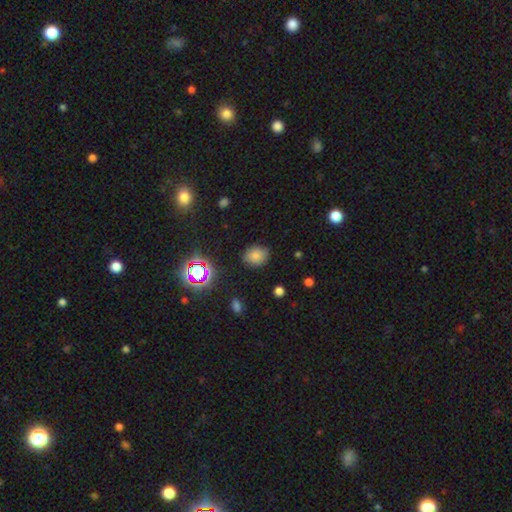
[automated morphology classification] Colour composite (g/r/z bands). It shows a smooth galaxy with no disk features (75%) that is round (54%). Merging: none (82%).